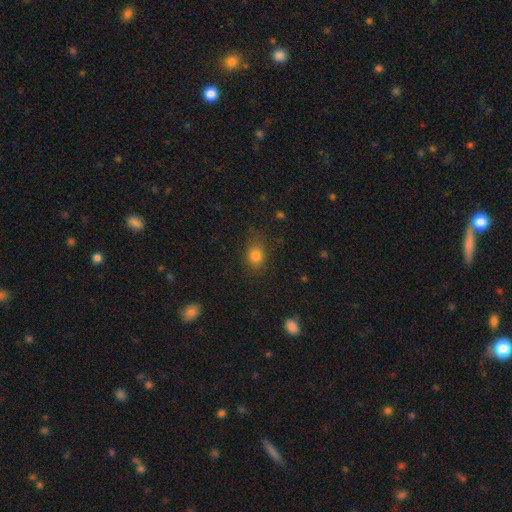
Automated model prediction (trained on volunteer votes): A smooth galaxy with no disk features (80%) that is in between round and cigar-shaped (54%).

Vote fractions:
- Smooth or featured? smooth: 80% / star or artifact: 13% / featured or disk: 7%
- How rounded? in between: 54% / round: 44% / cigar-shaped: 2%
- Merging? none: 75% / minor disturbance: 17% / major disturbance: 6% / merger: 2%